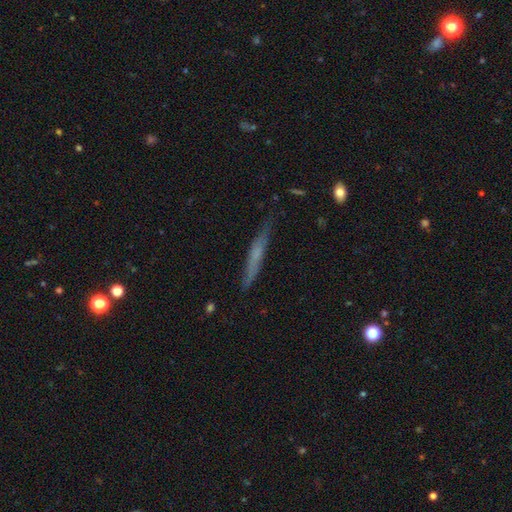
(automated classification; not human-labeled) Smooth or featured?
  - smooth: 46% *
  - featured or disk: 45%
  - star or artifact: 9%
Merging?
  - none: 78% *
  - minor disturbance: 17%
  - major disturbance: 3%
  - merger: 2%